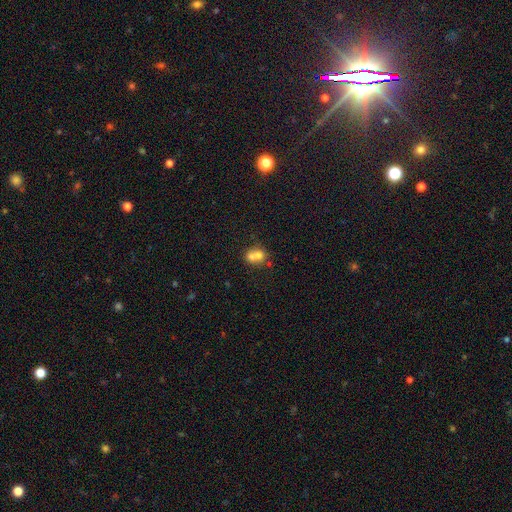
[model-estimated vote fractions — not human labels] A smooth galaxy with no disk features (67%) that is round (71%).

Vote fractions:
- Smooth or featured? smooth: 67% / featured or disk: 22% / star or artifact: 11%
- How rounded? round: 71% / in between: 28% / cigar-shaped: 1%
- Merging? merger: 66% / none: 25% / minor disturbance: 6% / major disturbance: 3%